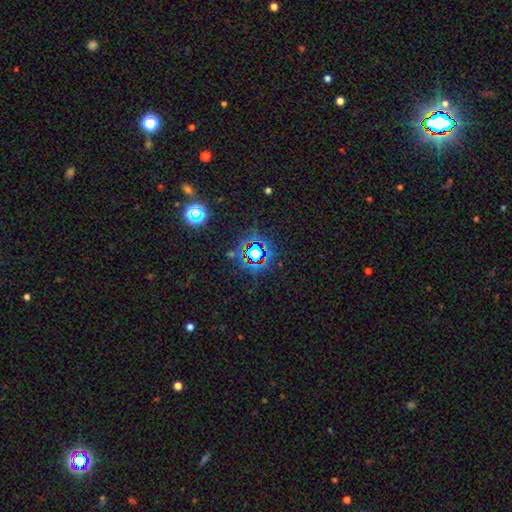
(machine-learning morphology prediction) This appears to be a star or artifact, not a galaxy (71%).